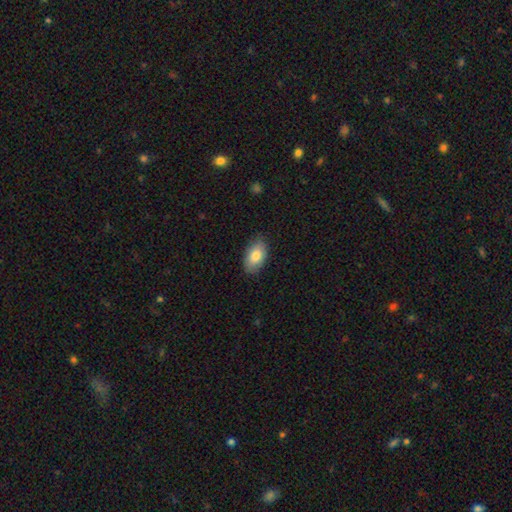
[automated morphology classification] A smooth galaxy with no disk features (83%) that is in between round and cigar-shaped (94%). Merging: none (85%).